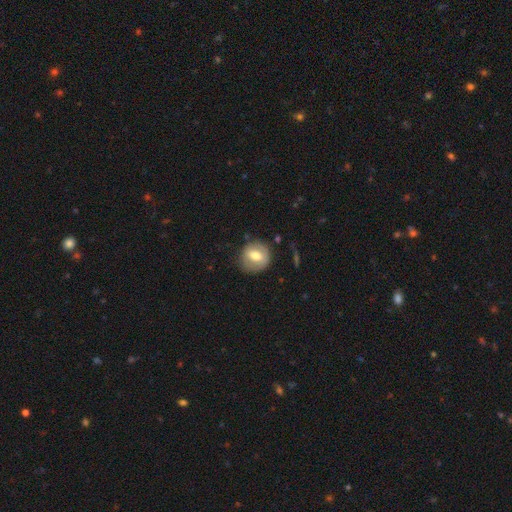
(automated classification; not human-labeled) Q: Smooth or featured?
A: smooth (56%); runner-up: featured or disk (37%)
Q: How rounded?
A: round (83%); runner-up: in between (16%)
Q: Merging?
A: none (79%); runner-up: minor disturbance (14%)